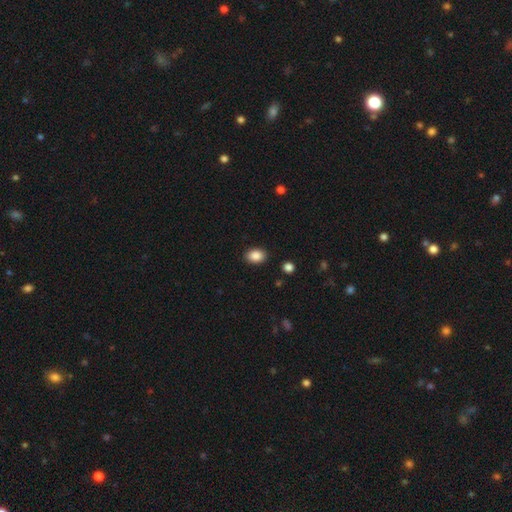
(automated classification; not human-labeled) smooth_or_featured: smooth (p=0.87) [alt: star or artifact p=0.08]
how_rounded: in between (p=0.78) [alt: round p=0.20]
merging: none (p=0.89) [alt: minor disturbance p=0.07]